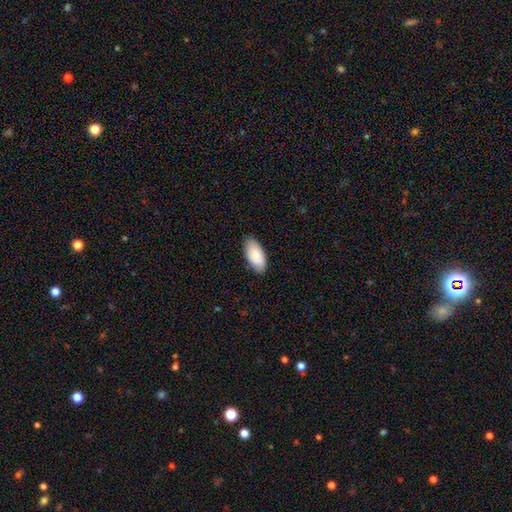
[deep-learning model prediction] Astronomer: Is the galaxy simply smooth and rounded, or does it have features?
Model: smooth — 84%.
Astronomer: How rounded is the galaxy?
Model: in between — 93%.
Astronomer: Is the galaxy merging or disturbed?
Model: none — 84%.